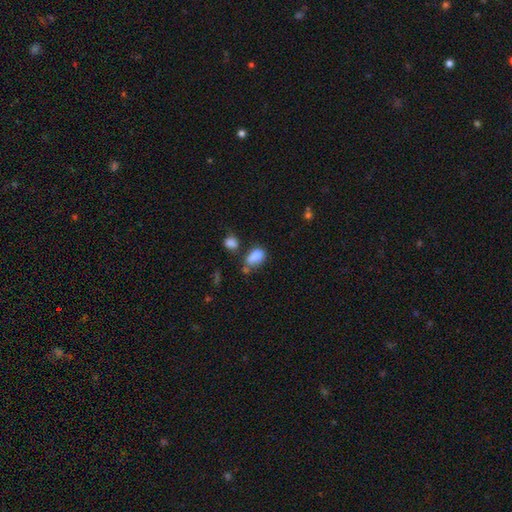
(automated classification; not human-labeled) Morphology: type=smooth (80%); roundness=in between (81%); merging=none (37%).